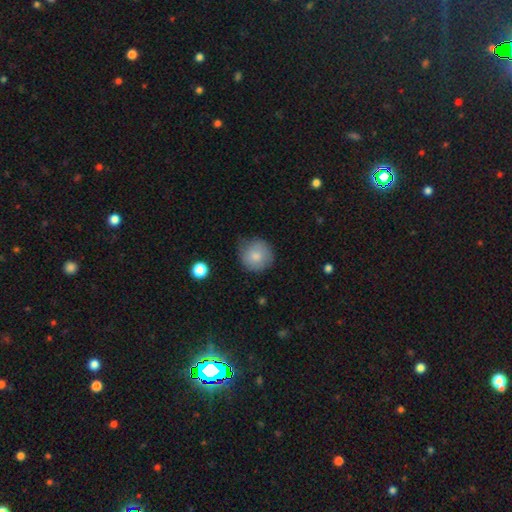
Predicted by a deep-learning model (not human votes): This is clearly a smooth galaxy (81%). How rounded: clearly round (93%). Merging: likely none (69%).